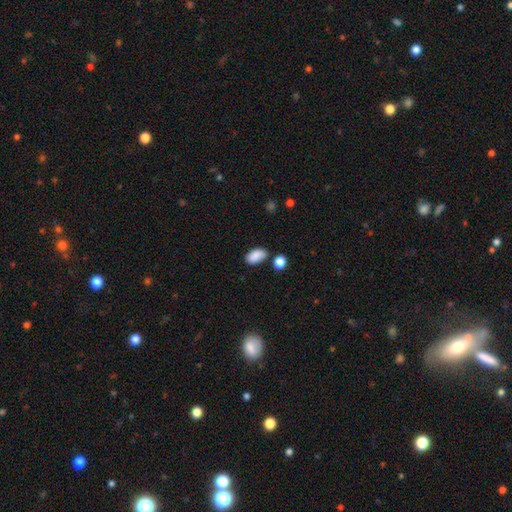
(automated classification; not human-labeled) Smooth or featured?
  - smooth: 87% *
  - star or artifact: 8%
  - featured or disk: 5%
How rounded?
  - in between: 93% *
  - round: 6%
  - cigar-shaped: 2%
Merging?
  - none: 73% *
  - minor disturbance: 15%
  - merger: 8%
  - major disturbance: 4%